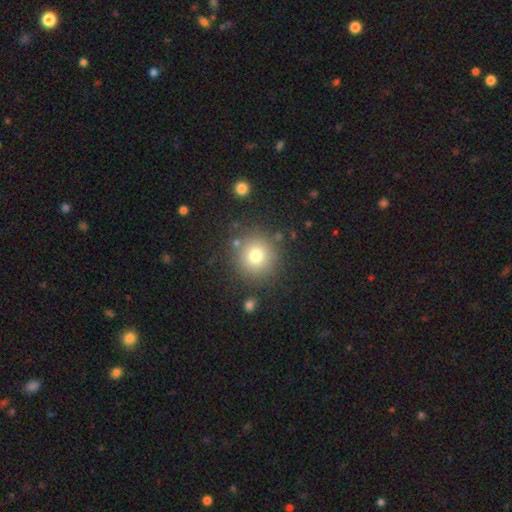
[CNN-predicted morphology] Smooth or featured?
  - smooth: 76% *
  - star or artifact: 13%
  - featured or disk: 11%
How rounded?
  - round: 94% *
  - in between: 5%
  - cigar-shaped: 1%
Merging?
  - none: 84% *
  - minor disturbance: 9%
  - merger: 4%
  - major disturbance: 4%